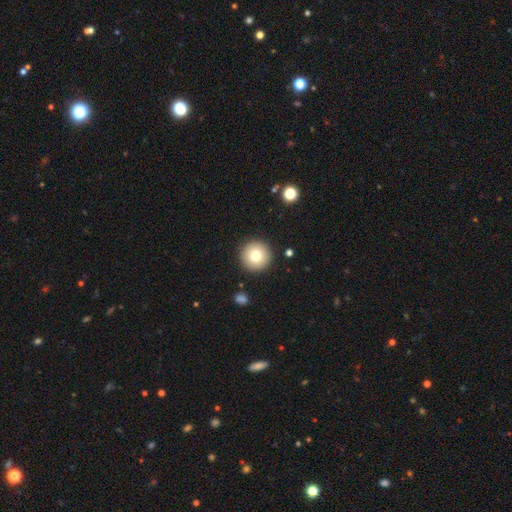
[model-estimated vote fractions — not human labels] smooth_or_featured: smooth (p=0.76) [alt: featured or disk p=0.13]
how_rounded: round (p=0.96) [alt: in between p=0.03]
merging: none (p=0.91) [alt: minor disturbance p=0.05]